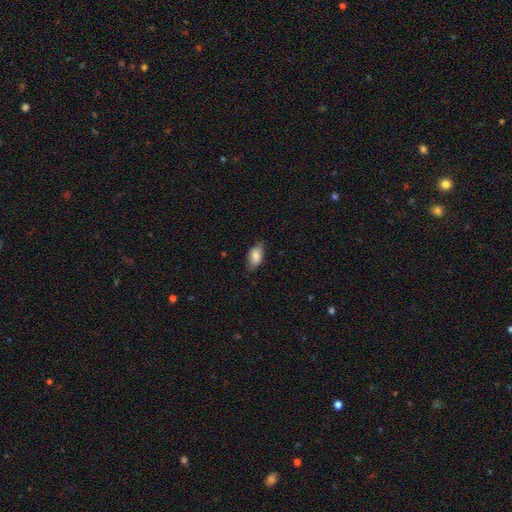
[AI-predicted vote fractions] The model was most divided on "merging": none: 73%, minor disturbance: 22%, major disturbance: 4%, merger: 1%. More confident: how rounded — in between (92%); smooth or featured — smooth (81%).